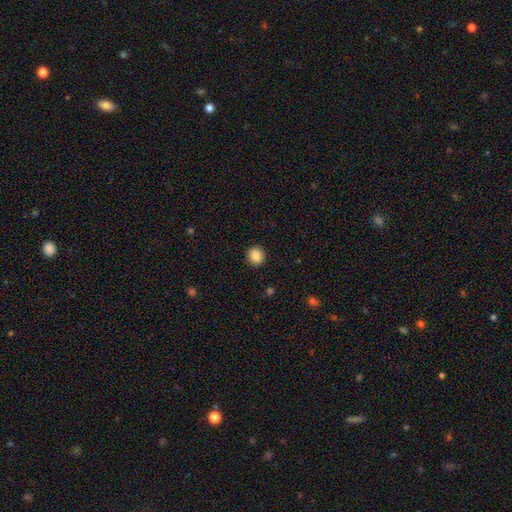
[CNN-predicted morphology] This is clearly a smooth galaxy (85%). How rounded: clearly round (86%). Merging: clearly none (92%).